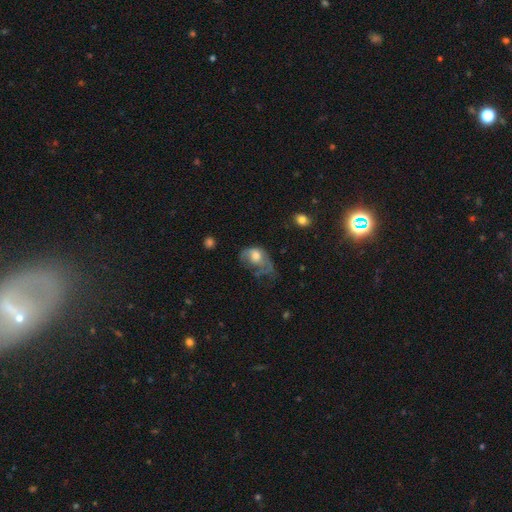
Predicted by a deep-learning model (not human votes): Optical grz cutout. It shows a smooth galaxy with no disk features (55%) that is in between round and cigar-shaped (75%). Merging: major disturbance (55%).